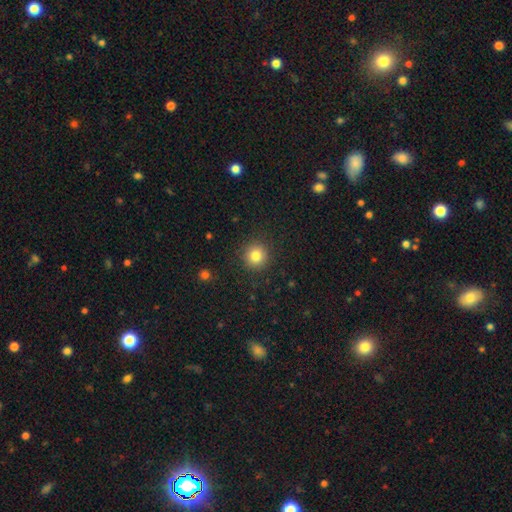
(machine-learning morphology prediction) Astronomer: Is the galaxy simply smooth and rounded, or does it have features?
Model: smooth — 83%.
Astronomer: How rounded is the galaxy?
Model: round — 93%.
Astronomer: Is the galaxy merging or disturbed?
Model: none — 90%.